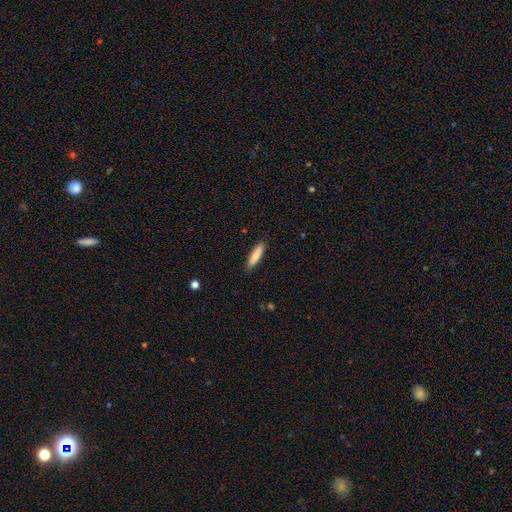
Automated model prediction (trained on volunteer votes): smooth 83%, featured or disk 11%, star or artifact 6%. Down the decision tree: how rounded — cigar-shaped (76%); merging — none (87%).